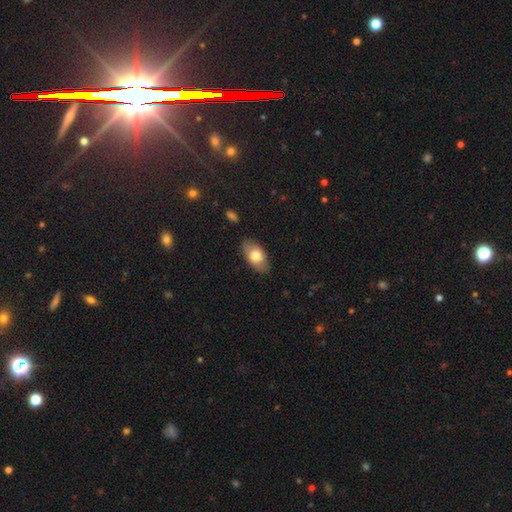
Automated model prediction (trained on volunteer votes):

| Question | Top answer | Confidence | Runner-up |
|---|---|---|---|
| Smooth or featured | smooth | 71% | featured or disk (23%) |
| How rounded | in between | 92% | round (5%) |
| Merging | none | 84% | minor disturbance (13%) |